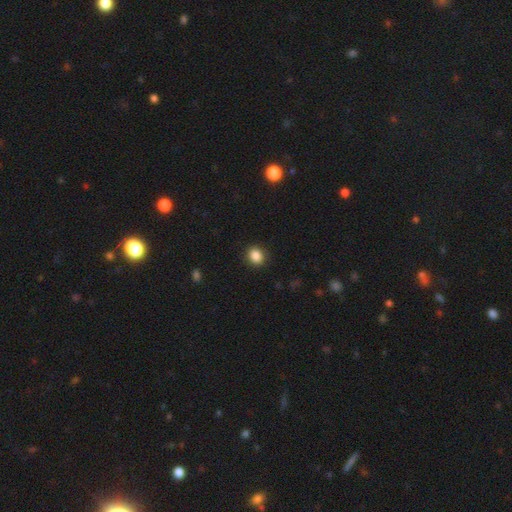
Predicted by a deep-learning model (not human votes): Smooth or featured: smooth — 86% (star or artifact — 10%)
How rounded: round — 67% (in between — 32%)
Merging: none — 90% (minor disturbance — 7%)